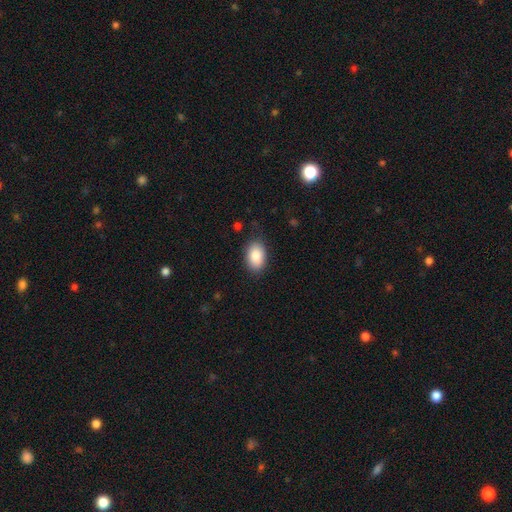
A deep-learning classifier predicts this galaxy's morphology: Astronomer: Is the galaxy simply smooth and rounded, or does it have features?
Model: smooth — 86%.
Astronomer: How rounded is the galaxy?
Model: in between — 89%.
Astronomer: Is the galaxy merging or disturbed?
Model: none — 83%.